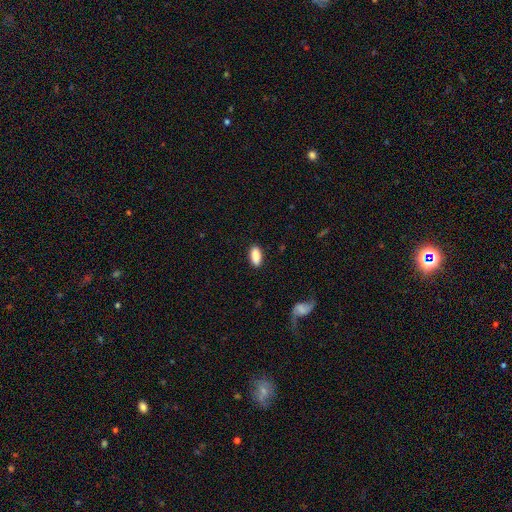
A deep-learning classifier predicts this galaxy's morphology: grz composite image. It shows a smooth galaxy with no disk features (89%) that is in between round and cigar-shaped (90%). Merging: none (87%).